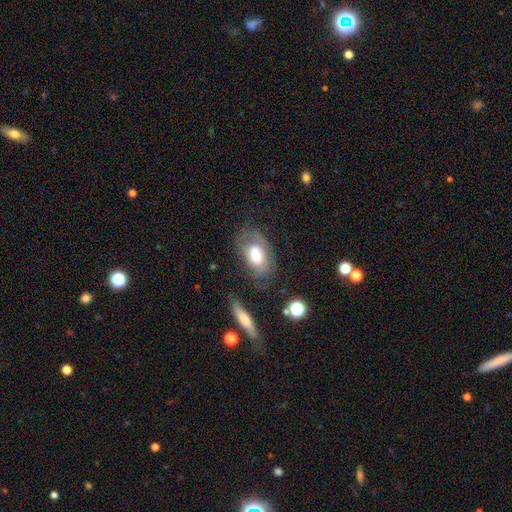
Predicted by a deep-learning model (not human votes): smooth-or-featured: smooth: 50% | featured or disk: 41% | star or artifact: 8%
  how-rounded: in between: 88% | round: 9% | cigar-shaped: 3%
  merging: none: 58% | minor disturbance: 23% | major disturbance: 15% | merger: 4%